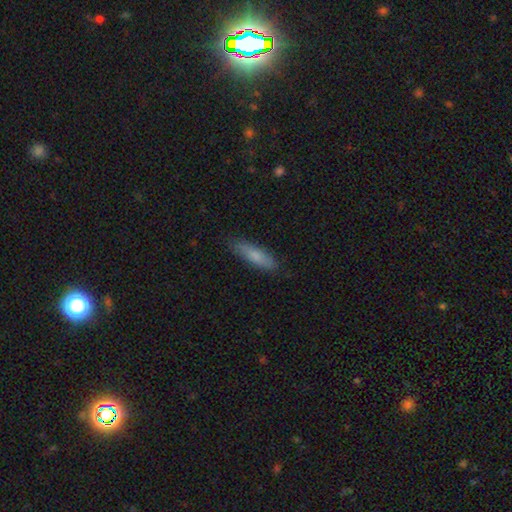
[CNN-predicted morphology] A smooth galaxy with no disk features (78%) that is cigar-shaped (67%). Merging: none (83%).